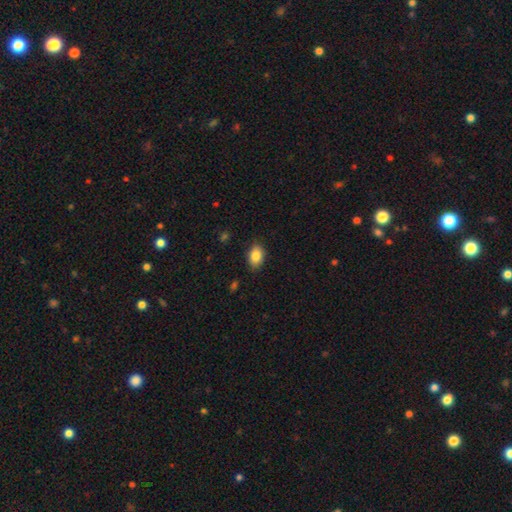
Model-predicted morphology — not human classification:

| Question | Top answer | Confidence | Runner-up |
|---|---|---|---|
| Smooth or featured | smooth | 86% | star or artifact (8%) |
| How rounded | in between | 82% | round (17%) |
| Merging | none | 84% | minor disturbance (13%) |